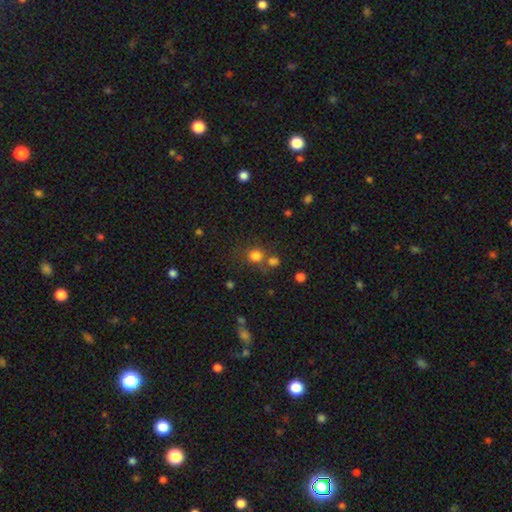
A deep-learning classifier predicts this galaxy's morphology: Smooth or featured: smooth — 77% (star or artifact — 16%)
How rounded: round — 87% (in between — 12%)
Merging: none — 60% (merger — 22%)